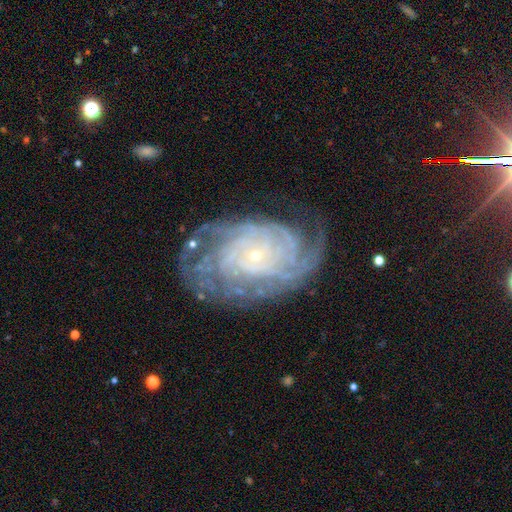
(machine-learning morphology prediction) A featured or disk galaxy (89%) with no bar (78%), more than 4 (24%) tight (79%) spiral arms (98%) and a small central bulge (88%).

Vote fractions:
- Smooth or featured? featured or disk: 89% / star or artifact: 6% / smooth: 5%
- Edge-on disk? no: 97% / yes: 3%
- Bar? no: 78% / weak: 16% / strong: 6%
- Spiral arms? yes: 98% / no: 2%
- Spiral winding? tight: 79% / medium: 17% / loose: 4%
- Spiral arm count? more than 4: 24% / 4: 23% / can't tell: 23% / 3: 13% / 2: 10% / 1: 8%
- Bulge size? small: 88% / moderate: 9% / none: 2% / large: 1% / dominant: 1%
- Merging? none: 72% / minor disturbance: 18% / major disturbance: 9% / merger: 2%